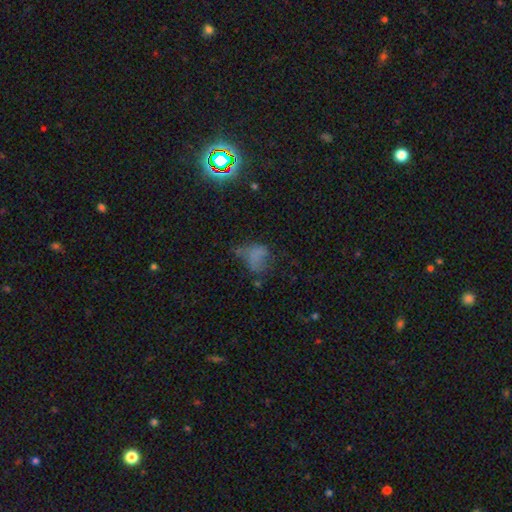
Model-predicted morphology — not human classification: Smooth or featured: smooth — 56% (featured or disk — 23%)
How rounded: in between — 70% (round — 27%)
Merging: major disturbance — 35% (none — 32%)